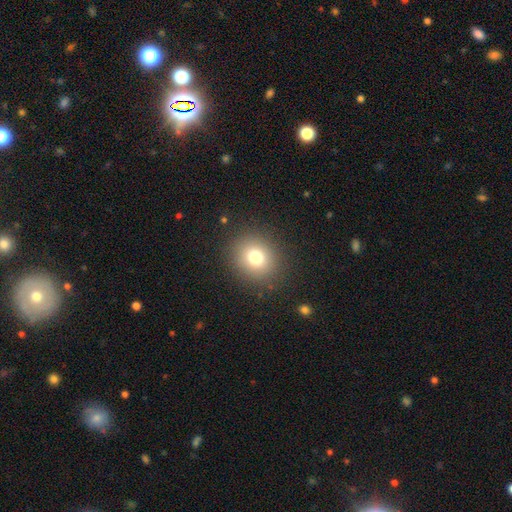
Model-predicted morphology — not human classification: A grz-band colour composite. It shows a smooth galaxy with no disk features (69%) that is round (87%). Merging: none (91%).